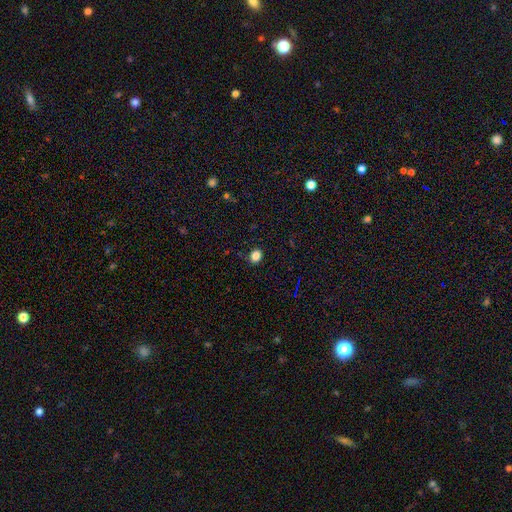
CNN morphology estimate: This is clearly a smooth galaxy (84%). How rounded: possibly round (56%). Merging: clearly none (85%).